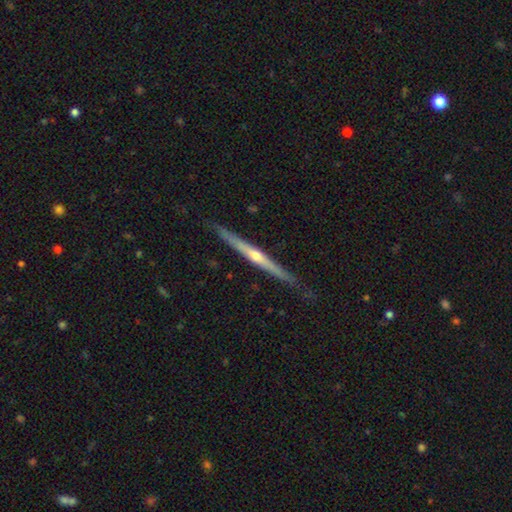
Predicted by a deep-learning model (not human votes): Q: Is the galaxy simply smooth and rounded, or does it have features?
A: featured or disk — 78%.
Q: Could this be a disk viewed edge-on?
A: yes — 98%.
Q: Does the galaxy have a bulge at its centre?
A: rounded — 80%.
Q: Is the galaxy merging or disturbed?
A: none — 87%.